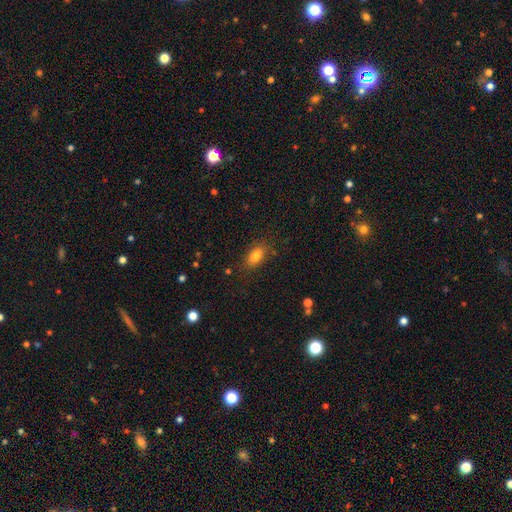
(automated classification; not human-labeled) A smooth galaxy with no disk features (81%) that is in between round and cigar-shaped (85%).

Vote fractions:
- Smooth or featured? smooth: 81% / star or artifact: 10% / featured or disk: 9%
- How rounded? in between: 85% / round: 9% / cigar-shaped: 6%
- Merging? none: 81% / minor disturbance: 13% / major disturbance: 4% / merger: 2%